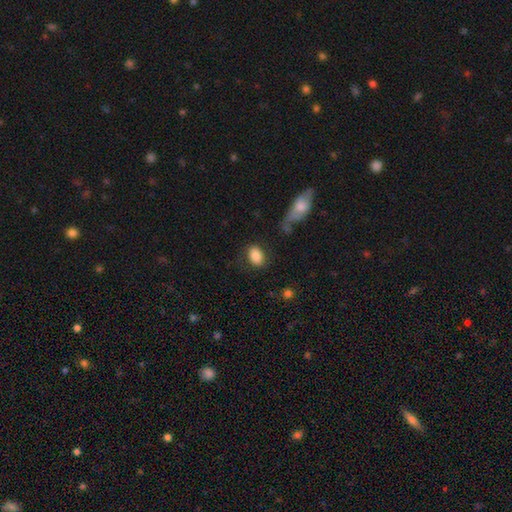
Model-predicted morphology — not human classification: Smooth or featured: smooth — 84% (featured or disk — 8%)
How rounded: in between — 80% (round — 19%)
Merging: none — 75% (minor disturbance — 13%)